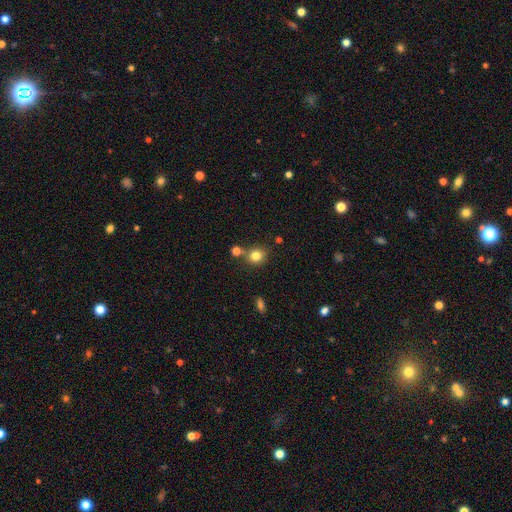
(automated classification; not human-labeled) Morphology: type=smooth (80%); roundness=round (78%); merging=none (69%).